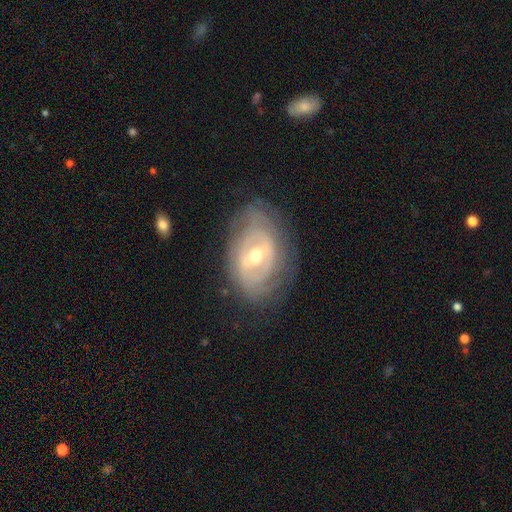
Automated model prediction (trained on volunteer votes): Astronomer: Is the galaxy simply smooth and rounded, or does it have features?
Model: featured or disk — 82%.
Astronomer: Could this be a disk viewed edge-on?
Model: no — 94%.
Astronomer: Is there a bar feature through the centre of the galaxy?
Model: weak — 46% (runner-up: strong, 34%).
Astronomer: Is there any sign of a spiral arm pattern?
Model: yes — 79%.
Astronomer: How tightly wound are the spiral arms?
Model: tight — 66%.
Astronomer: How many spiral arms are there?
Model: can't tell — 45% (runner-up: 2, 34%).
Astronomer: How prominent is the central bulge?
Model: moderate — 65%.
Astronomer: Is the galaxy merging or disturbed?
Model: none — 72%.